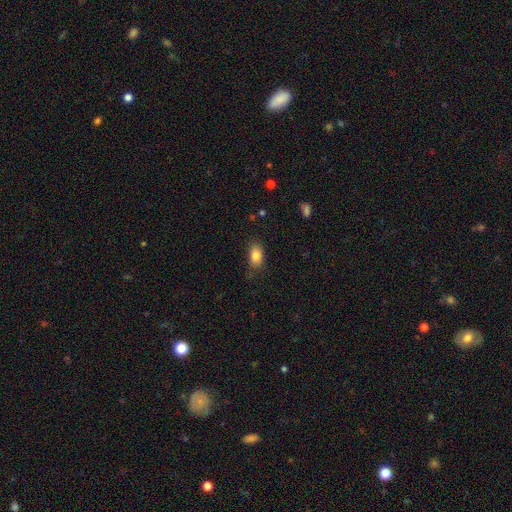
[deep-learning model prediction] smooth 84%, star or artifact 8%, featured or disk 7%. Down the decision tree: how rounded — in between (86%); merging — none (75%).